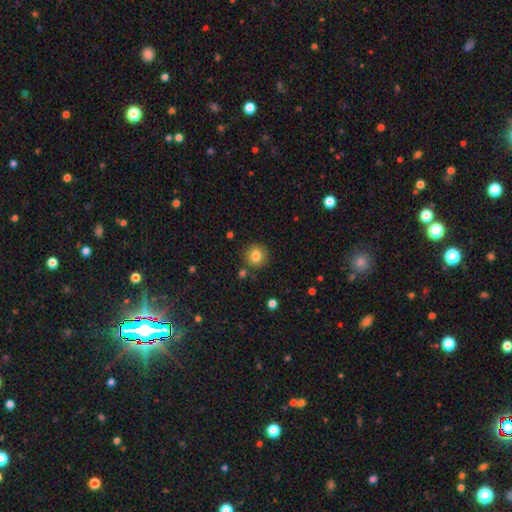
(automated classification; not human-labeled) Smooth or featured?
  - smooth: 82% *
  - star or artifact: 11%
  - featured or disk: 8%
How rounded?
  - round: 87% *
  - in between: 12%
  - cigar-shaped: 1%
Merging?
  - none: 85% *
  - minor disturbance: 9%
  - merger: 4%
  - major disturbance: 2%